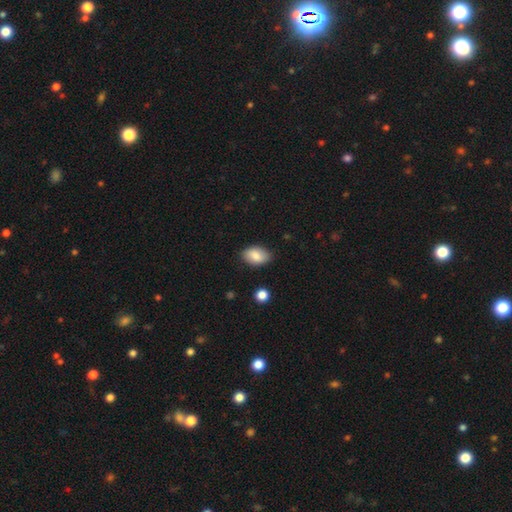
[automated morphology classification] Smooth or featured? smooth (83%)
How rounded? in between (90%)
Merging? none (84%)